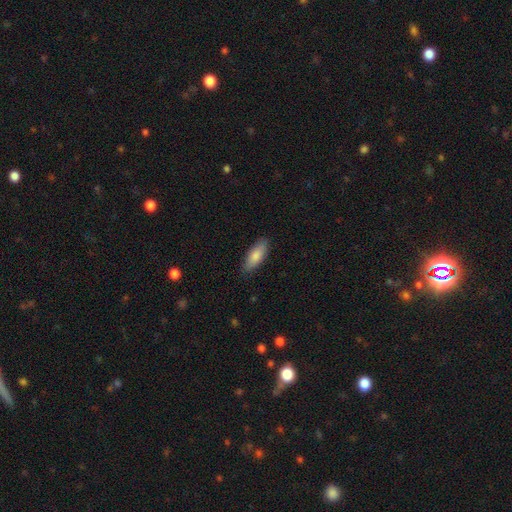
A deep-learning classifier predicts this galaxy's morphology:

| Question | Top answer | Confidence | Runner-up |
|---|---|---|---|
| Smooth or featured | smooth | 84% | featured or disk (11%) |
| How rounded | in between | 70% | cigar-shaped (28%) |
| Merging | none | 86% | minor disturbance (11%) |